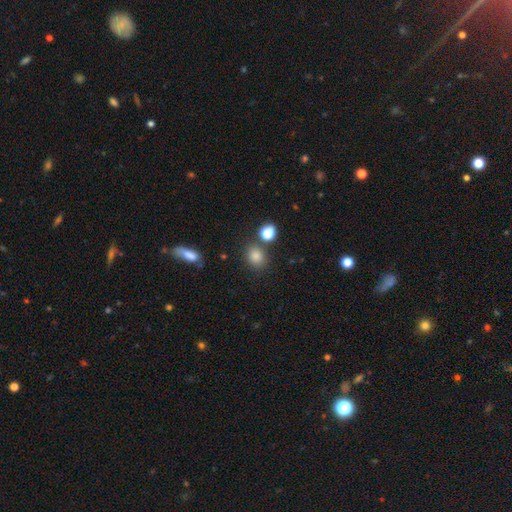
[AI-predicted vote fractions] Morphology: type=smooth (80%); roundness=round (62%); merging=none (77%).